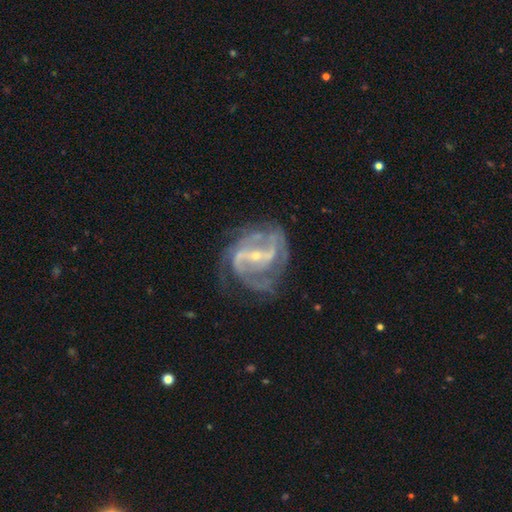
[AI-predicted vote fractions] smooth_or_featured: featured or disk (p=0.89) [alt: star or artifact p=0.06]
disk_edge_on: no (p=0.97) [alt: yes p=0.03]
bar: strong (p=0.48) [alt: weak p=0.36]
has_spiral_arms: yes (p=0.94) [alt: no p=0.06]
spiral_winding: medium (p=0.49) [alt: tight p=0.30]
spiral_arm_count: 2 (p=0.53) [alt: can't tell p=0.17]
bulge_size: small (p=0.76) [alt: moderate p=0.21]
merging: none (p=0.56) [alt: minor disturbance p=0.22]